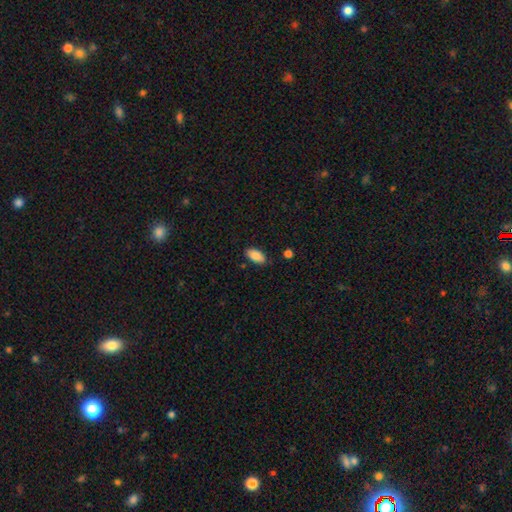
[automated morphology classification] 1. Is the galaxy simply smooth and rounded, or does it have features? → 87% smooth, 7% star or artifact, 6% featured or disk.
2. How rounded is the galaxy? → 93% in between, 4% cigar-shaped, 2% round.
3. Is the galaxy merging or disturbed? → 83% none, 13% minor disturbance, 2% major disturbance, 2% merger.